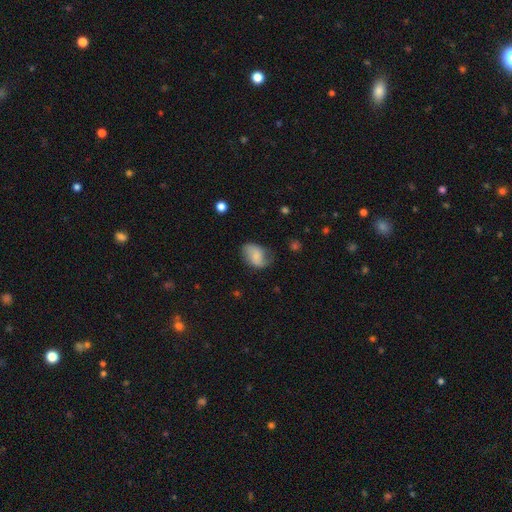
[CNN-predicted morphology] A smooth galaxy with no disk features (63%) that is in between round and cigar-shaped (81%). Merging: none (59%).